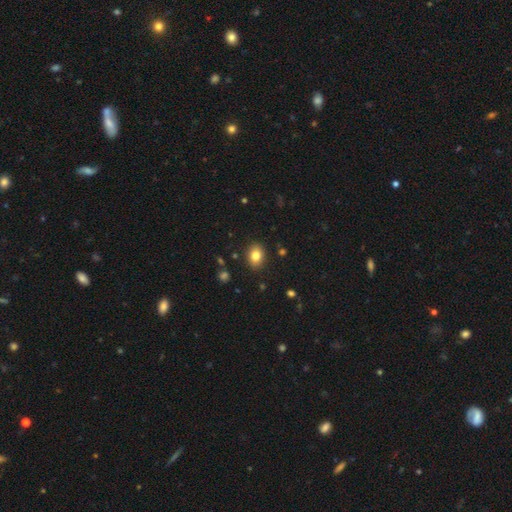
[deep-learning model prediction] A smooth galaxy with no disk features (82%) that is in between round and cigar-shaped (67%).

Vote fractions:
- Smooth or featured? smooth: 82% / star or artifact: 10% / featured or disk: 8%
- How rounded? in between: 67% / round: 32% / cigar-shaped: 1%
- Merging? none: 88% / minor disturbance: 8% / major disturbance: 2% / merger: 1%